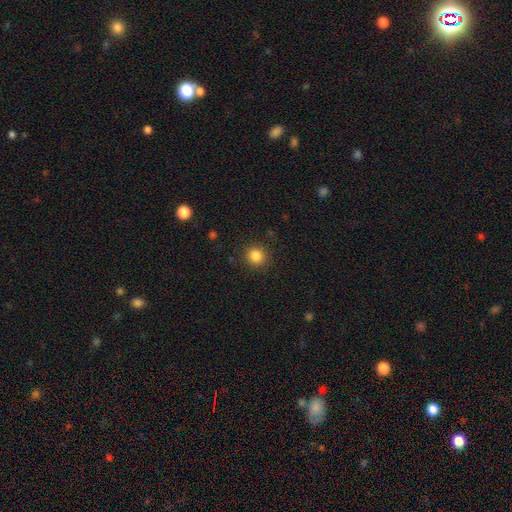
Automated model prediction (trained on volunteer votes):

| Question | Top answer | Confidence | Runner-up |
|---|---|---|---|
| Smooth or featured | smooth | 85% | star or artifact (11%) |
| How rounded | round | 92% | in between (7%) |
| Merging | none | 90% | minor disturbance (7%) |